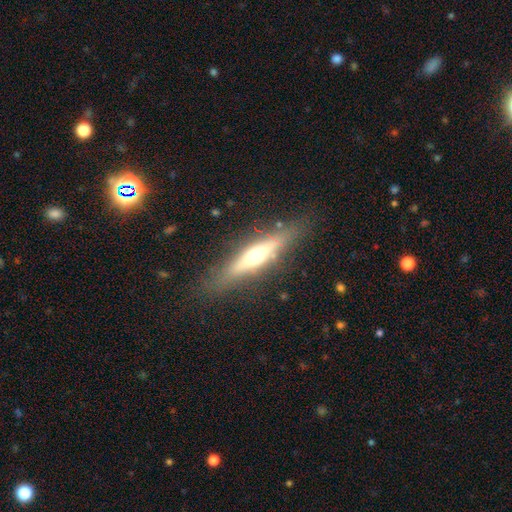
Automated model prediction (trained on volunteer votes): The model was most divided on "smooth or featured": featured or disk: 58%, smooth: 35%, star or artifact: 7%. More confident: edge-on disk — yes (90%); edge-on bulge — rounded (88%); merging — none (81%).